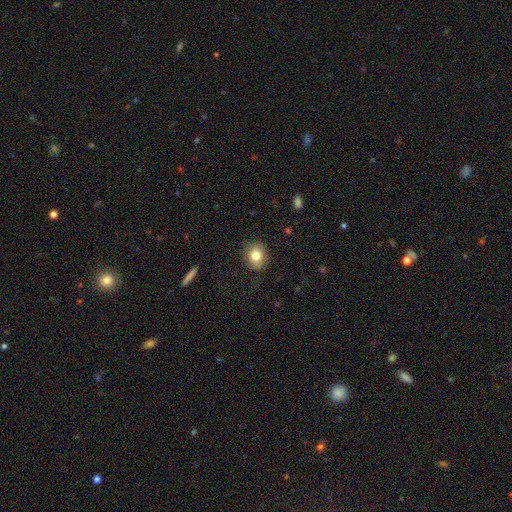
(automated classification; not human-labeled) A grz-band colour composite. It shows a smooth galaxy with no disk features (79%) that is round (66%). Merging: none (82%).